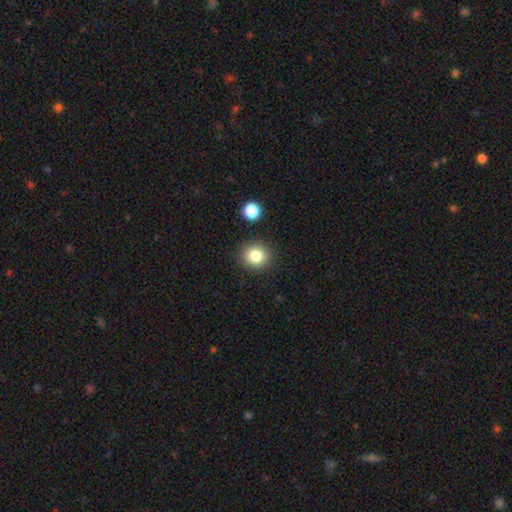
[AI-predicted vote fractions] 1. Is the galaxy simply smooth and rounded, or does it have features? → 82% smooth, 11% star or artifact, 7% featured or disk.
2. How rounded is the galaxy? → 82% round, 17% in between, 1% cigar-shaped.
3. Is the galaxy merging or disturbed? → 87% none, 7% minor disturbance, 3% merger, 2% major disturbance.